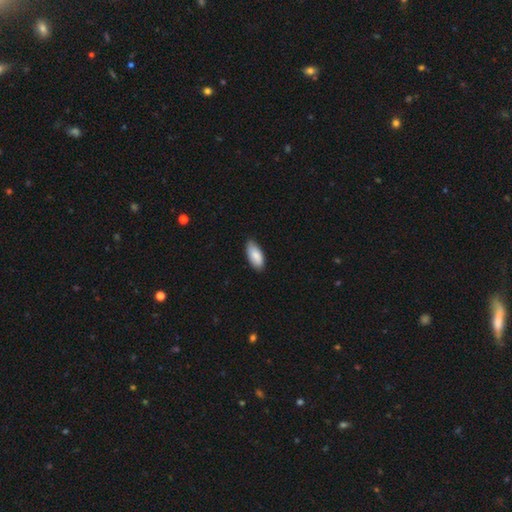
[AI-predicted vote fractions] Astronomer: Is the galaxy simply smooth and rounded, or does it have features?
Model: smooth — 86%.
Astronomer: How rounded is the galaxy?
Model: in between — 89%.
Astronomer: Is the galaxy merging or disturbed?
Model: none — 81%.